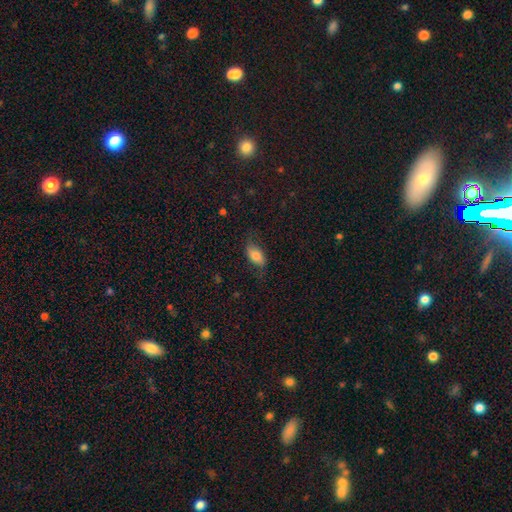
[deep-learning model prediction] Smooth or featured?
  - smooth: 70% *
  - featured or disk: 23%
  - star or artifact: 8%
How rounded?
  - in between: 90% *
  - cigar-shaped: 6%
  - round: 5%
Merging?
  - none: 66% *
  - minor disturbance: 23%
  - major disturbance: 10%
  - merger: 1%